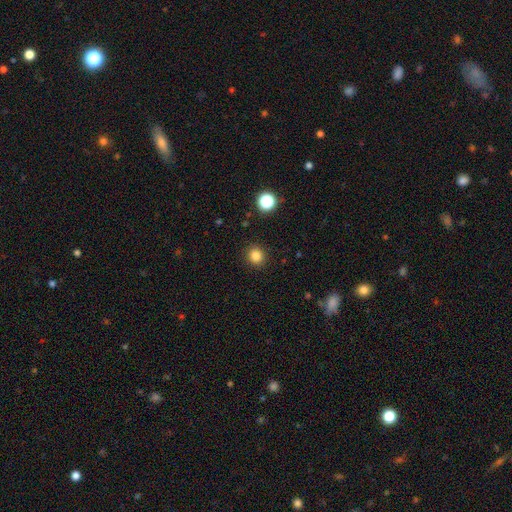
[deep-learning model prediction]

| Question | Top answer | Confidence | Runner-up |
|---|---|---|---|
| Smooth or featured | smooth | 84% | star or artifact (12%) |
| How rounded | round | 87% | in between (12%) |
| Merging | none | 91% | minor disturbance (6%) |